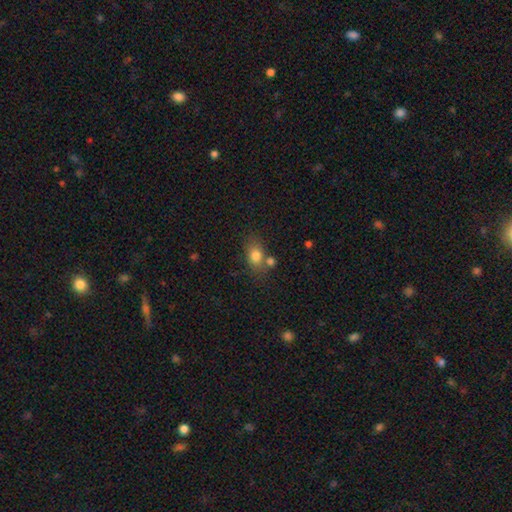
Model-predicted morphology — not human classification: type=smooth (80%); roundness=in between (70%); merging=none (58%).